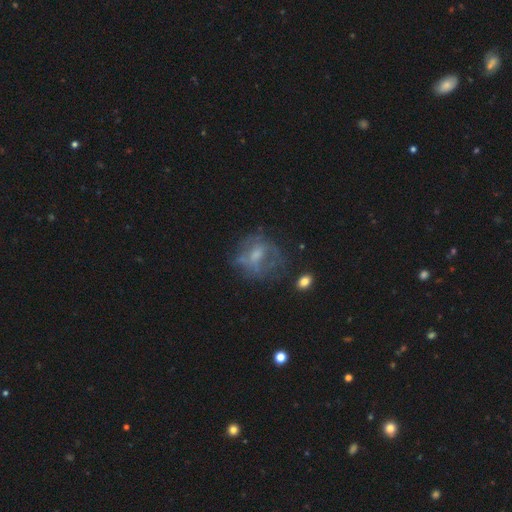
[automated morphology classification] A featured or disk galaxy (53%) with no bar (60%), no spiral arms (70%) and a moderate central bulge (40%). Merging: none (50%).